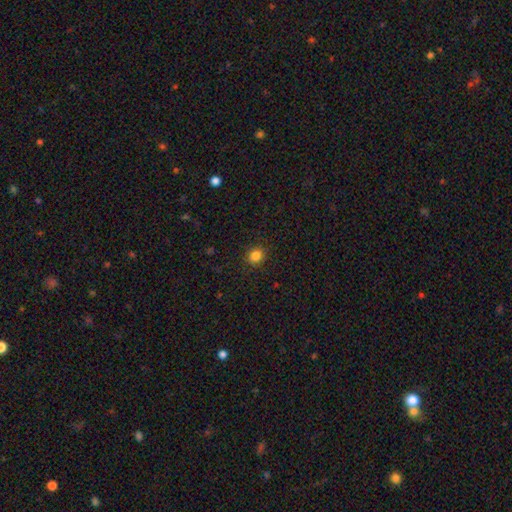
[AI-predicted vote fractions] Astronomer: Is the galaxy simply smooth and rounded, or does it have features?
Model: smooth — 84%.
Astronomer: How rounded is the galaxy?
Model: round — 78%.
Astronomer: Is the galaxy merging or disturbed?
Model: none — 90%.